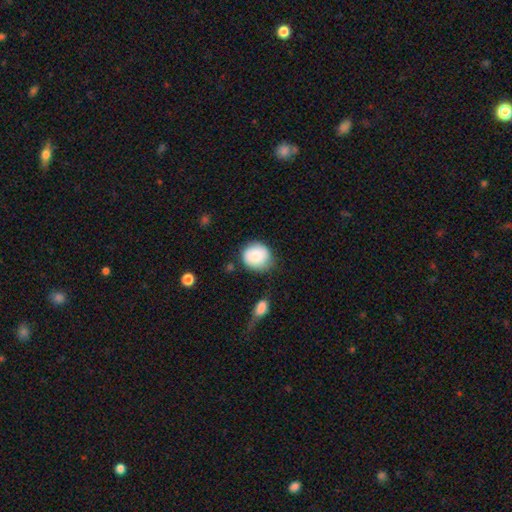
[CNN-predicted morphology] Overall: smooth (83%). How rounded: round (80%). Merging: none (70%).